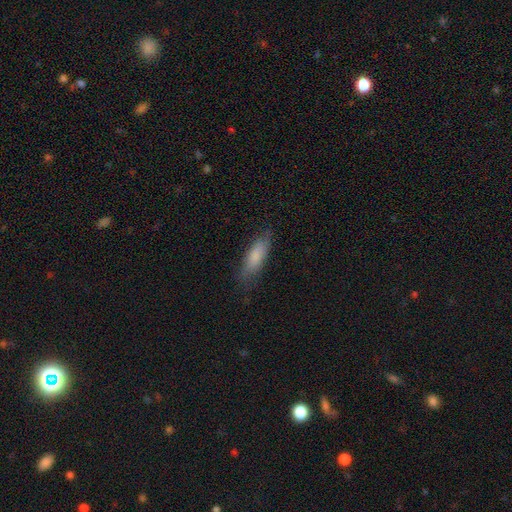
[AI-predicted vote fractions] A smooth galaxy with no disk features (78%) that is in between round and cigar-shaped (54%).

Vote fractions:
- Smooth or featured? smooth: 78% / featured or disk: 16% / star or artifact: 6%
- How rounded? in between: 54% / cigar-shaped: 44% / round: 2%
- Merging? none: 74% / minor disturbance: 19% / major disturbance: 5% / merger: 1%